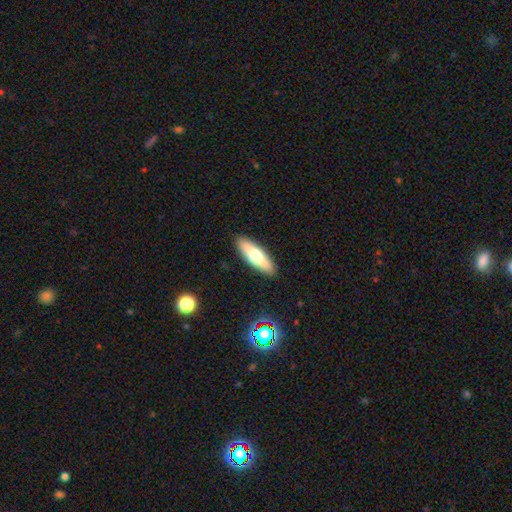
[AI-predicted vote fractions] Smooth or featured? Predicted: smooth (p=0.59). How rounded? Predicted: cigar-shaped (p=0.51). Merging? Predicted: none (p=0.90).